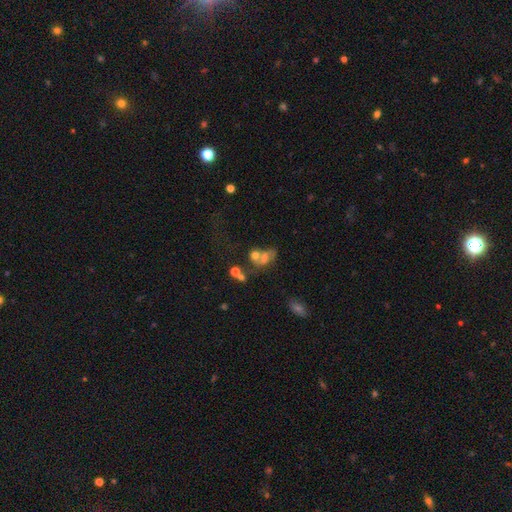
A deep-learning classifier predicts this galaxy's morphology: A smooth galaxy with no disk features (52%) that is in between round and cigar-shaped (57%). Merging: merger (50%).